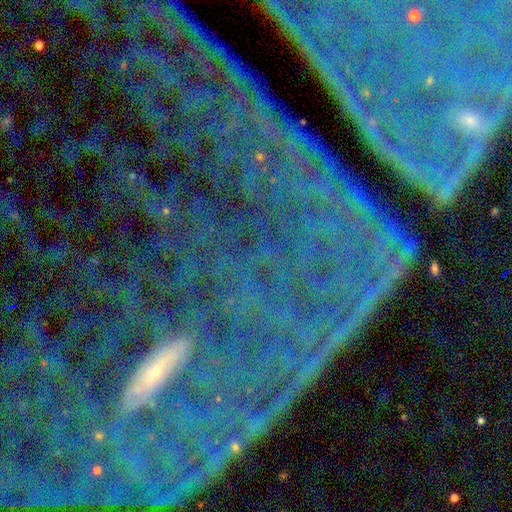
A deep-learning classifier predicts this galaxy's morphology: Smooth or featured? star or artifact (78%)